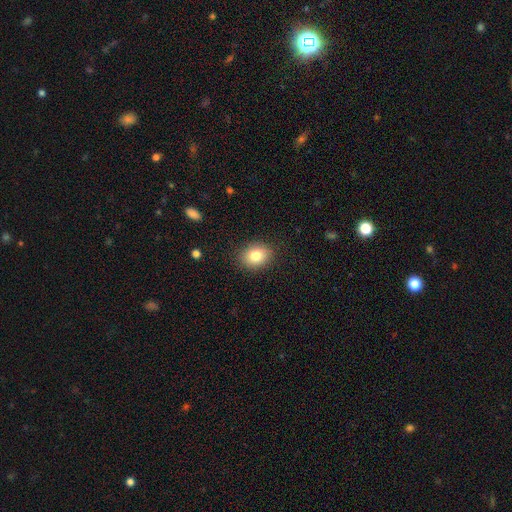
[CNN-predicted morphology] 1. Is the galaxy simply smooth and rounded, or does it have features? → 81% smooth, 9% featured or disk, 9% star or artifact.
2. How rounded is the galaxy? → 55% in between, 44% round, 1% cigar-shaped.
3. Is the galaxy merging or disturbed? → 87% none, 10% minor disturbance, 3% major disturbance, 1% merger.